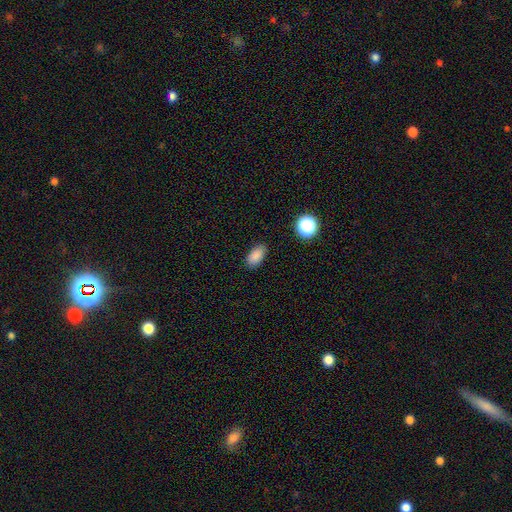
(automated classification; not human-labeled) Smooth or featured? smooth (85%)
How rounded? in between (91%)
Merging? none (86%)